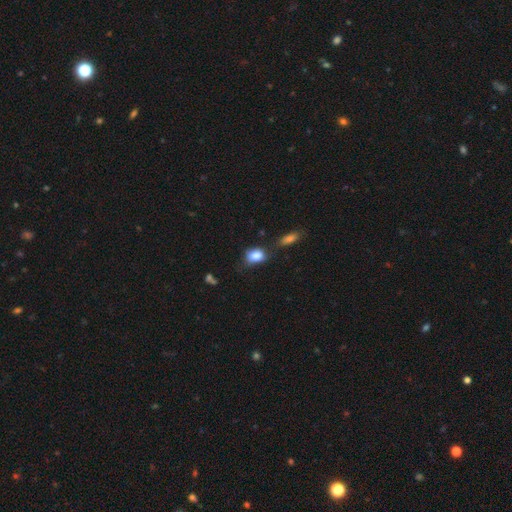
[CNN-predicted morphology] This appears to be a smooth galaxy with no disk features (84%) that is in between round and cigar-shaped (72%). Merging: none (57%).